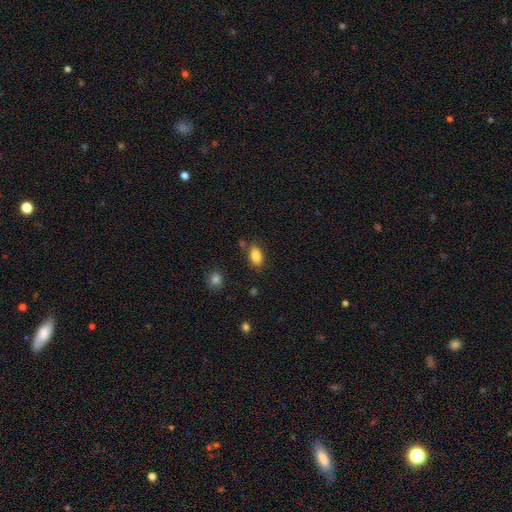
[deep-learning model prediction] Morphology: type=smooth (85%); roundness=in between (90%); merging=none (80%).